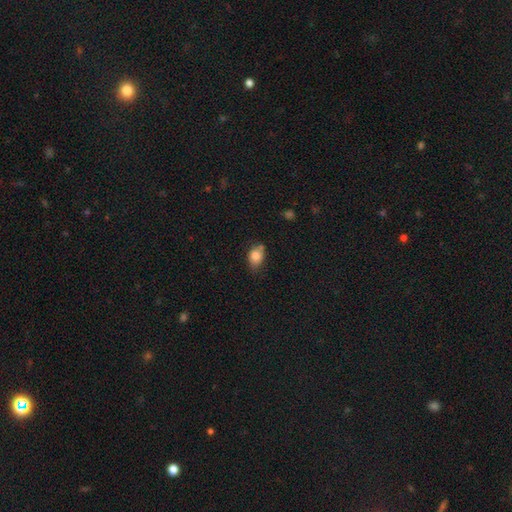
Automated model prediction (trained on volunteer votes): smooth-or-featured: smooth: 81% | featured or disk: 10% | star or artifact: 9%
  how-rounded: in between: 70% | round: 29% | cigar-shaped: 1%
  merging: none: 57% | minor disturbance: 29% | merger: 8% | major disturbance: 5%